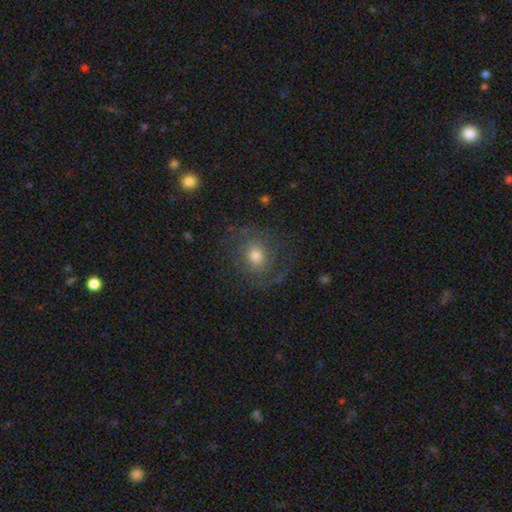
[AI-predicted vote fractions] The model was most divided on "smooth or featured": featured or disk: 50%, smooth: 39%, star or artifact: 10%. More confident: edge-on disk — no (97%); merging — none (70%).